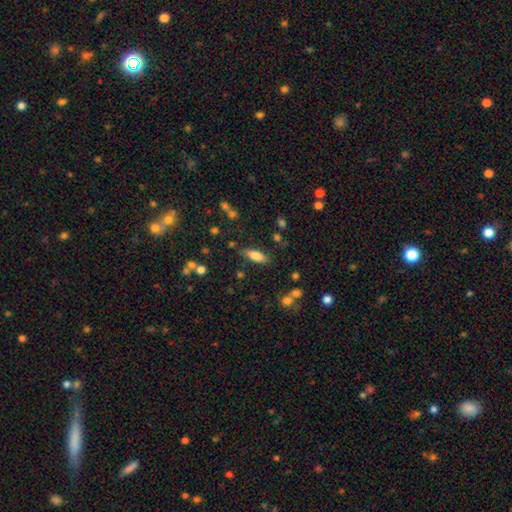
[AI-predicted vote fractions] smooth-or-featured: smooth: 77% | featured or disk: 15% | star or artifact: 8%
  how-rounded: in between: 67% | cigar-shaped: 31% | round: 2%
  merging: none: 80% | minor disturbance: 13% | major disturbance: 4% | merger: 3%